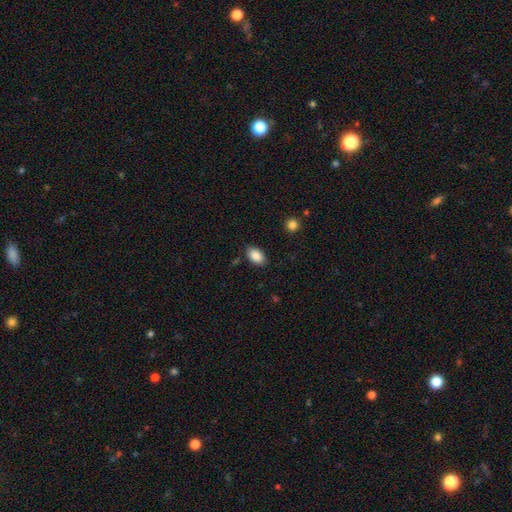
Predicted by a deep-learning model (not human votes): Overall: smooth (88%). How rounded: in between (91%). Merging: none (85%).